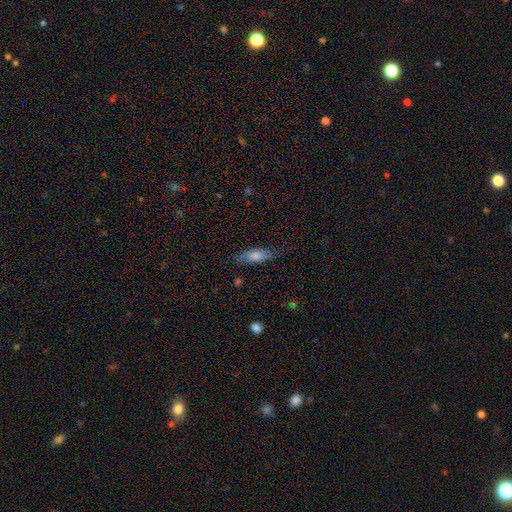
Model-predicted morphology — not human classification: This is likely a smooth galaxy (72%). How rounded: likely in between (65%). Merging: likely none (76%).